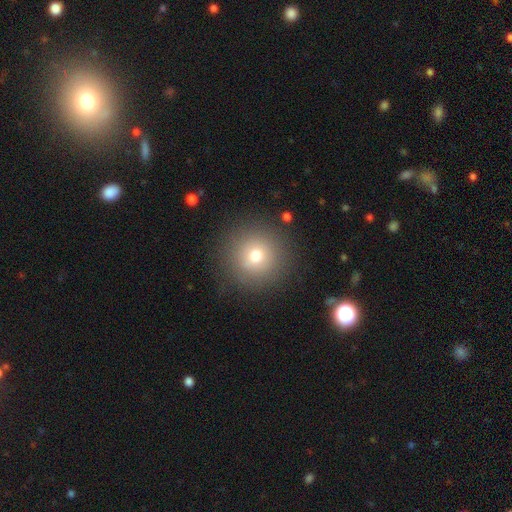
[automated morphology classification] smooth-or-featured: smooth: 73% | star or artifact: 14% | featured or disk: 13%
  how-rounded: round: 96% | in between: 3% | cigar-shaped: 1%
  merging: none: 88% | minor disturbance: 7% | major disturbance: 3% | merger: 2%